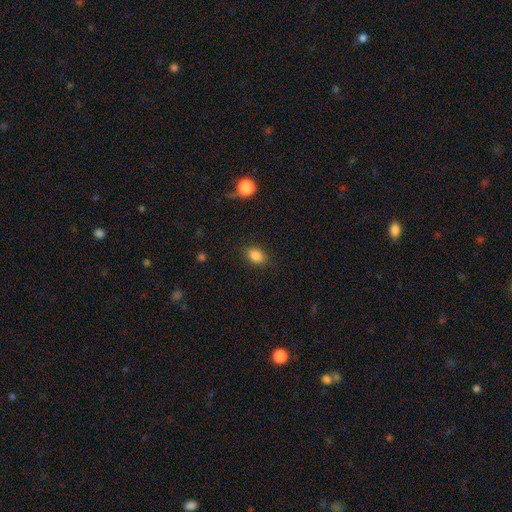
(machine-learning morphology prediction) type=smooth (86%); roundness=in between (73%); merging=none (84%).